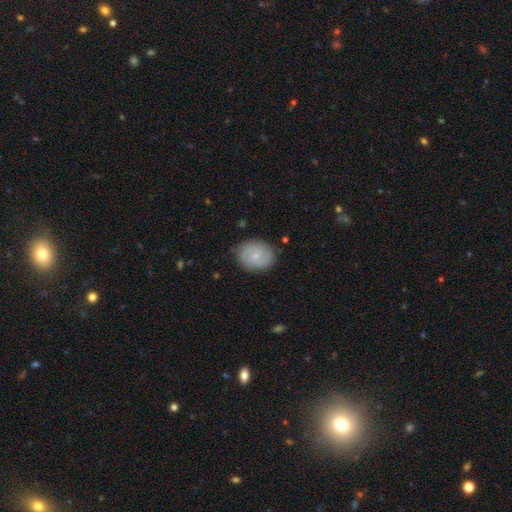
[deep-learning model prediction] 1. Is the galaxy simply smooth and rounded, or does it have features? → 50% smooth, 43% featured or disk, 7% star or artifact.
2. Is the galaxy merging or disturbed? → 82% none, 13% minor disturbance, 3% major disturbance, 1% merger.